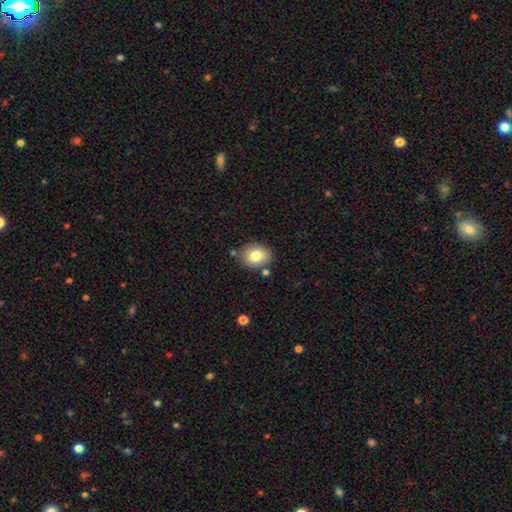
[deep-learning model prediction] smooth 81%, featured or disk 11%, star or artifact 9%. Down the decision tree: how rounded — in between (62%); merging — none (78%).